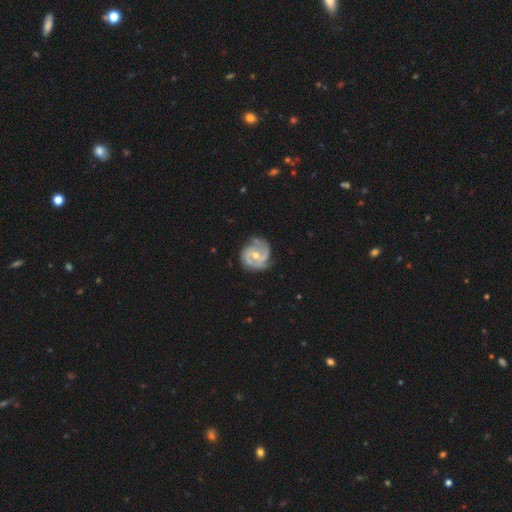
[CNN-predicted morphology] Q: Smooth or featured?
A: featured or disk (88%); runner-up: smooth (8%)
Q: Edge-on disk?
A: no (98%); runner-up: yes (2%)
Q: Bar?
A: no (52%); runner-up: weak (37%)
Q: Spiral arms?
A: yes (96%); runner-up: no (4%)
Q: Spiral winding?
A: tight (49%); runner-up: medium (41%)
Q: Spiral arm count?
A: 2 (58%); runner-up: 3 (23%)
Q: Bulge size?
A: moderate (64%); runner-up: small (33%)
Q: Merging?
A: none (71%); runner-up: minor disturbance (21%)